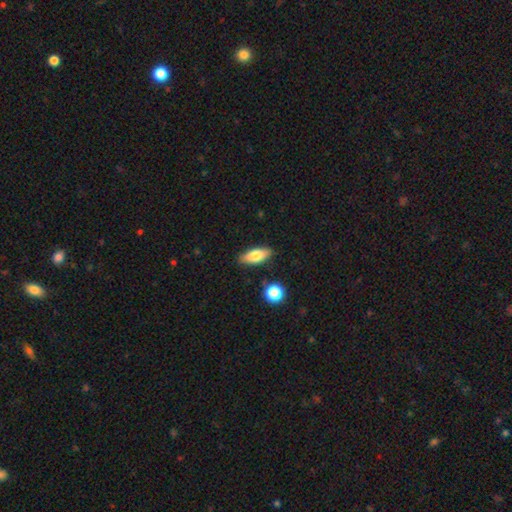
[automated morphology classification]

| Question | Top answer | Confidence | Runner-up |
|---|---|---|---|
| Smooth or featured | smooth | 76% | featured or disk (17%) |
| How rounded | in between | 79% | cigar-shaped (17%) |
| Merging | none | 85% | minor disturbance (11%) |